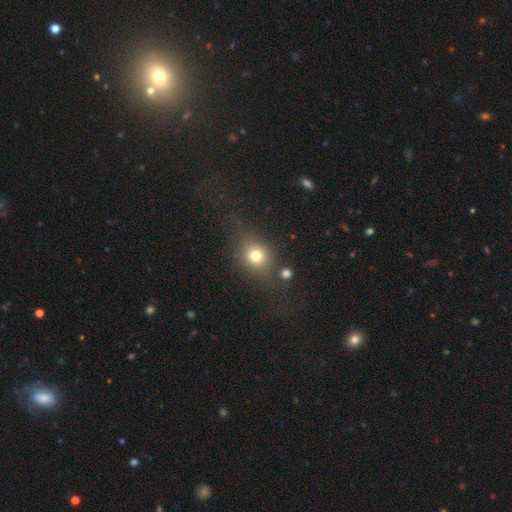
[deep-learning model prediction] smooth 73%, star or artifact 15%, featured or disk 13%. Down the decision tree: how rounded — round (65%); merging — none (67%).